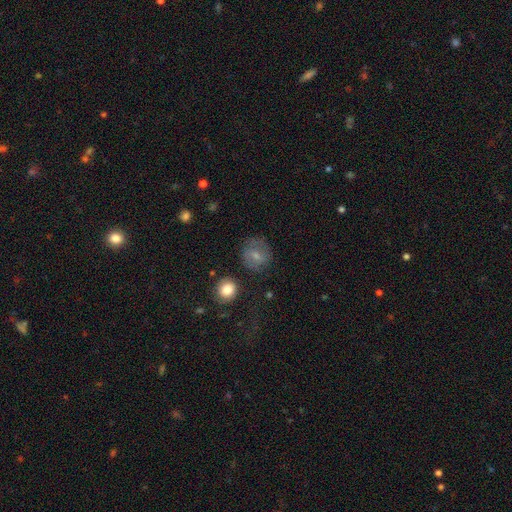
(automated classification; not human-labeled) A smooth galaxy with no disk features (60%) that is round (75%). Merging: none (72%).